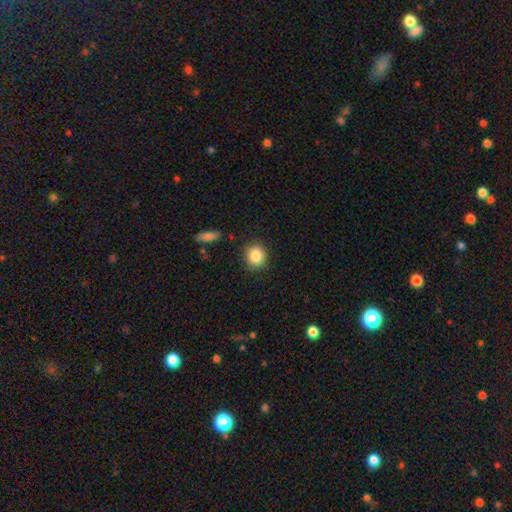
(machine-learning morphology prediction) type=smooth (86%); roundness=round (83%); merging=none (87%).